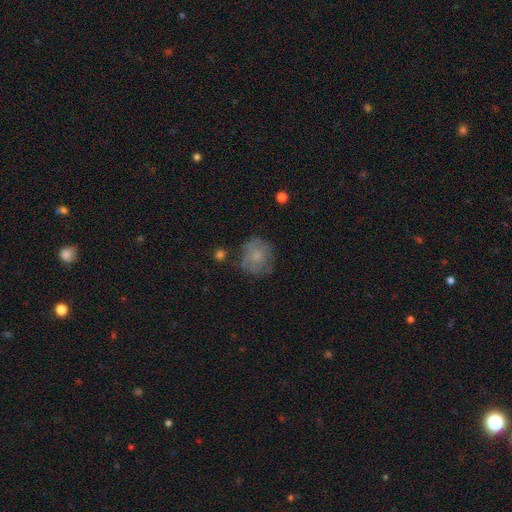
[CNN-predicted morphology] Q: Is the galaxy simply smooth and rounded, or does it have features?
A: smooth — 62%.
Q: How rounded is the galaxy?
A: round — 82%.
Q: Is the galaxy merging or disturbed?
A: none — 63%.